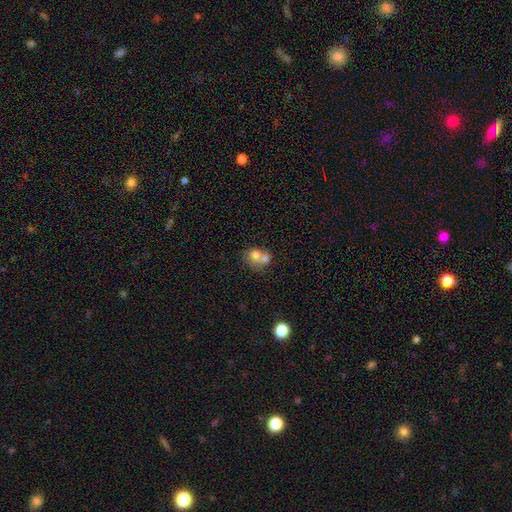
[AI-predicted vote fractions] smooth-or-featured: smooth: 69% | featured or disk: 21% | star or artifact: 10%
  how-rounded: round: 65% | in between: 34% | cigar-shaped: 1%
  merging: merger: 65% | none: 24% | minor disturbance: 7% | major disturbance: 4%